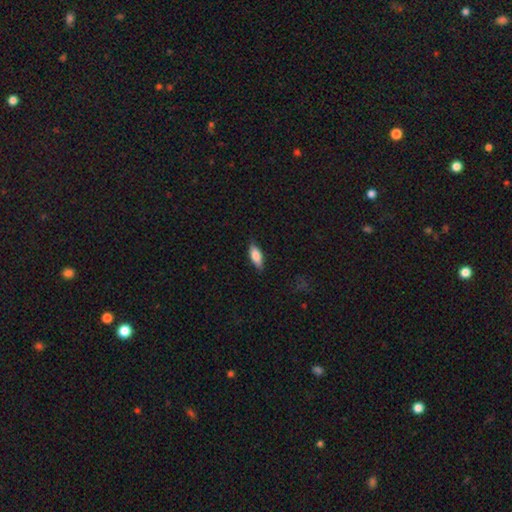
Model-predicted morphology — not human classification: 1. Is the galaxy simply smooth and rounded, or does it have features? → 76% smooth, 18% featured or disk, 6% star or artifact.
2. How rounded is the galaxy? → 75% in between, 23% cigar-shaped, 2% round.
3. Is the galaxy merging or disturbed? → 83% none, 14% minor disturbance, 2% major disturbance, 1% merger.